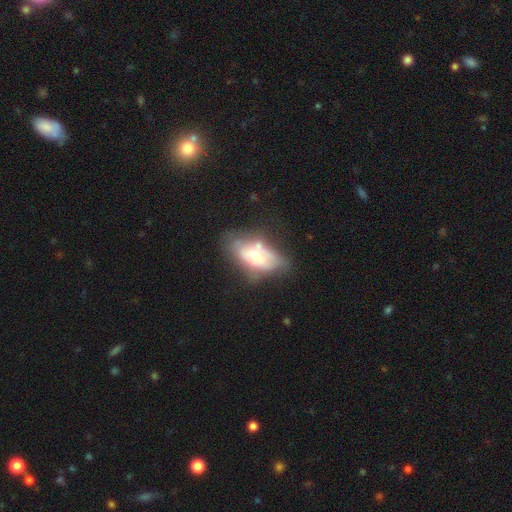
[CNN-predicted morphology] A featured or disk galaxy (51%). Merging: none (43%).